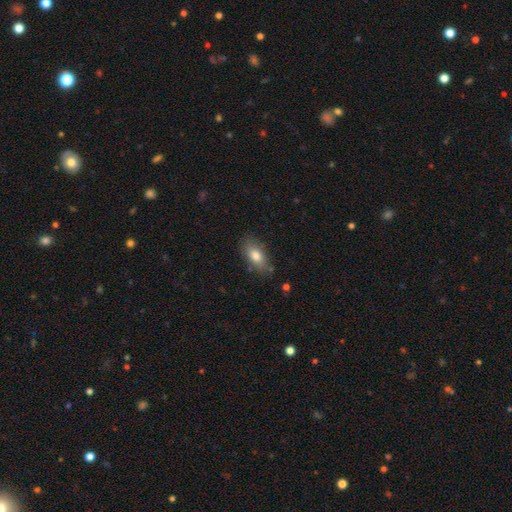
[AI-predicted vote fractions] Morphology: type=smooth (79%); roundness=in between (86%); merging=none (78%).